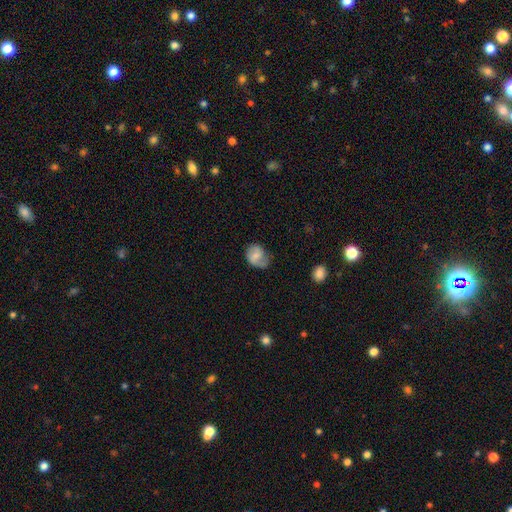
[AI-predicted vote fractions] Morphology: type=smooth (49%); merging=none (50%).